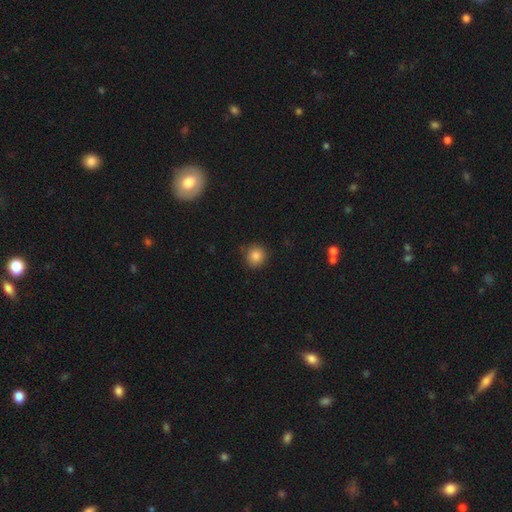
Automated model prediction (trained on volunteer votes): This appears to be a smooth galaxy with no disk features (85%) that is round (92%). Merging: none (86%).